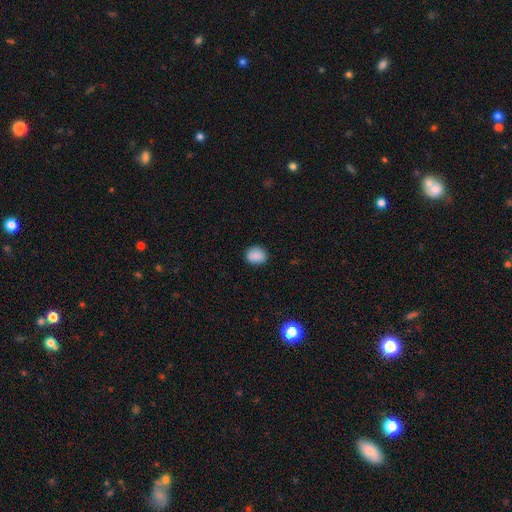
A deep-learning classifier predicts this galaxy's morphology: smooth_or_featured: smooth (p=0.88) [alt: star or artifact p=0.08]
how_rounded: round (p=0.61) [alt: in between p=0.38]
merging: none (p=0.87) [alt: minor disturbance p=0.10]